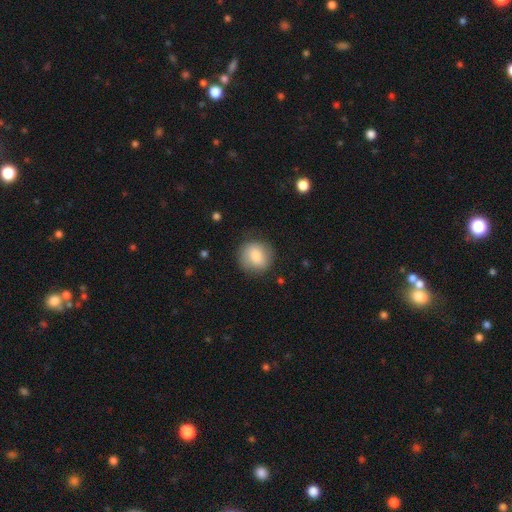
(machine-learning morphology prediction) Overall: smooth (79%). How rounded: round (88%). Merging: none (83%).